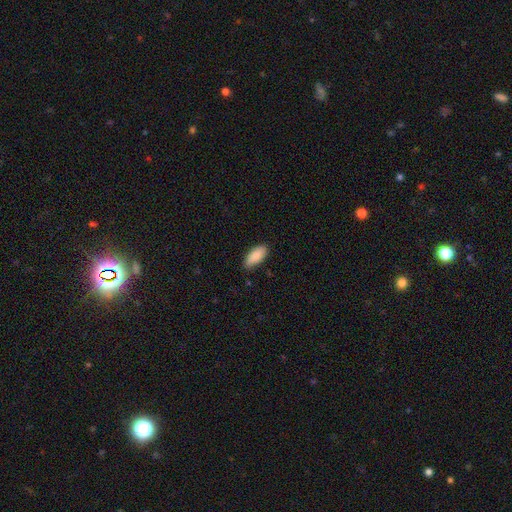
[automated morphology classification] A smooth galaxy with no disk features (87%) that is in between round and cigar-shaped (85%).

Vote fractions:
- Smooth or featured? smooth: 87% / featured or disk: 7% / star or artifact: 6%
- How rounded? in between: 85% / cigar-shaped: 13% / round: 2%
- Merging? none: 81% / minor disturbance: 15% / major disturbance: 2% / merger: 1%